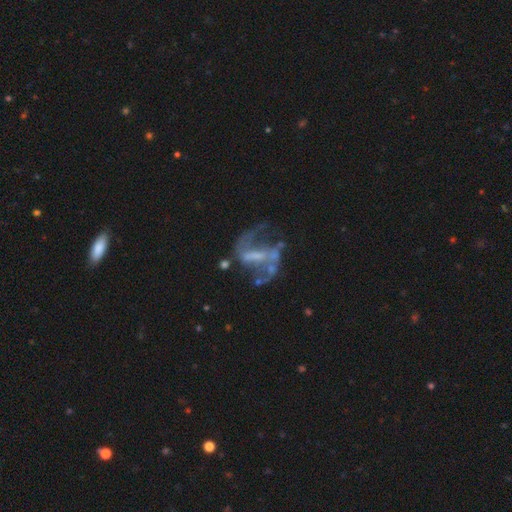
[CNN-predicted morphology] Overall: featured or disk (80%). Edge-on disk: no (96%). Bar: strong (47%; weak 35%). Spiral arms: yes (76%). Spiral arm count: 2 (79%). Spiral winding: loose (56%; medium 35%). Bulge size: none (44%; small 31%). Merging: none (47%; major disturbance 27%).